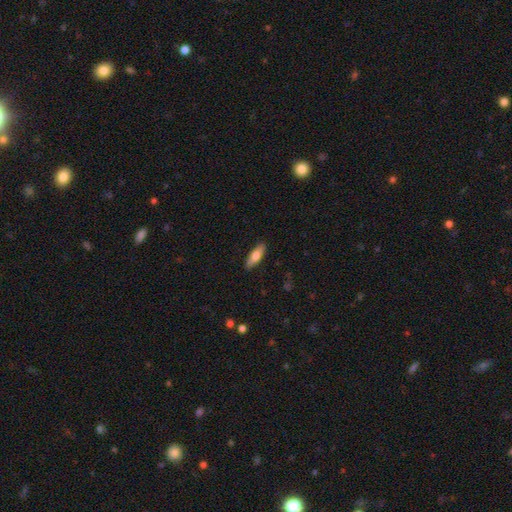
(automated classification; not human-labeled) Overall: smooth (73%). How rounded: in between (55%; cigar-shaped 43%). Merging: none (86%).